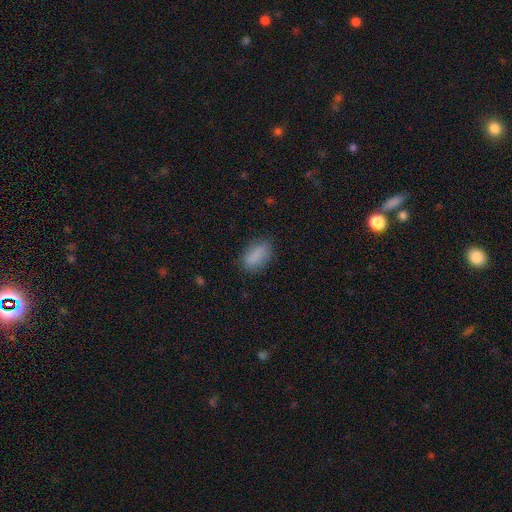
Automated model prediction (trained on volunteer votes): The model was most divided on "merging": none: 77%, minor disturbance: 17%, major disturbance: 5%, merger: 1%. More confident: how rounded — in between (89%); smooth or featured — smooth (85%).